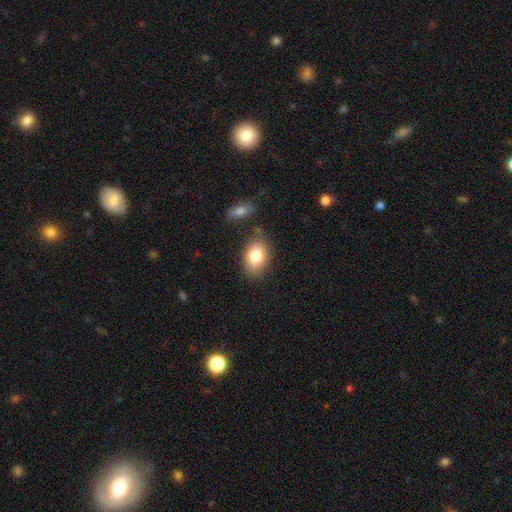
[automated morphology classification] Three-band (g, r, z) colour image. It shows a smooth galaxy with no disk features (81%) that is in between round and cigar-shaped (85%). Merging: none (78%).